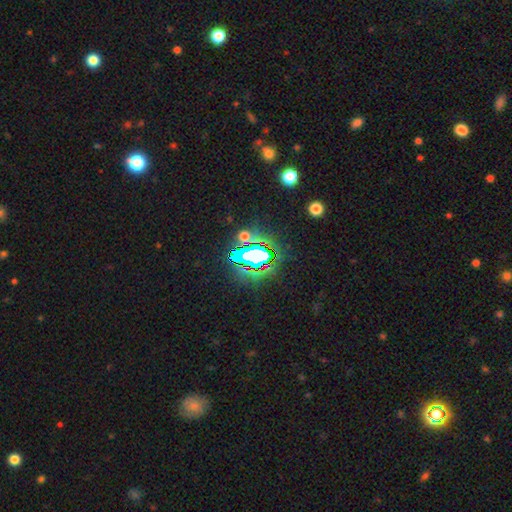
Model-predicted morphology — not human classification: The model was most divided on "smooth or featured": star or artifact: 70%, smooth: 17%, featured or disk: 13%.